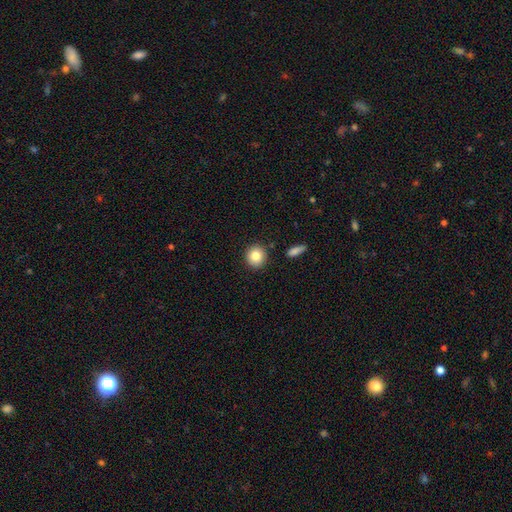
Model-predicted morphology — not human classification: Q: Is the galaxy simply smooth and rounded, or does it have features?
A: smooth — 84%.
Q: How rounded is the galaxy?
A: round — 87%.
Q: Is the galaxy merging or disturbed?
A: none — 88%.